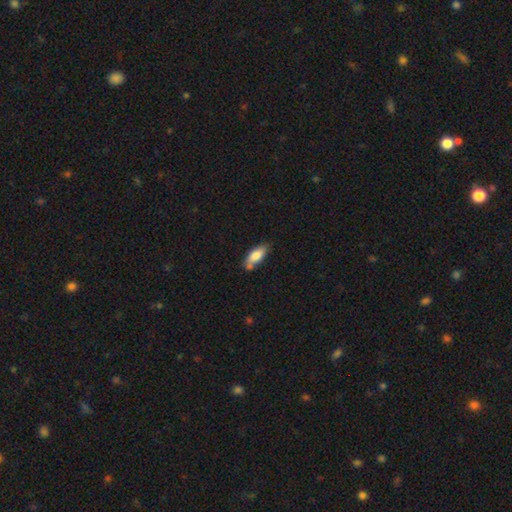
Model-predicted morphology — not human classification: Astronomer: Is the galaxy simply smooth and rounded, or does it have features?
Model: smooth — 80%.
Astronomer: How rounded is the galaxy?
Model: in between — 78%.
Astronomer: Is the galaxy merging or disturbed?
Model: none — 60%.